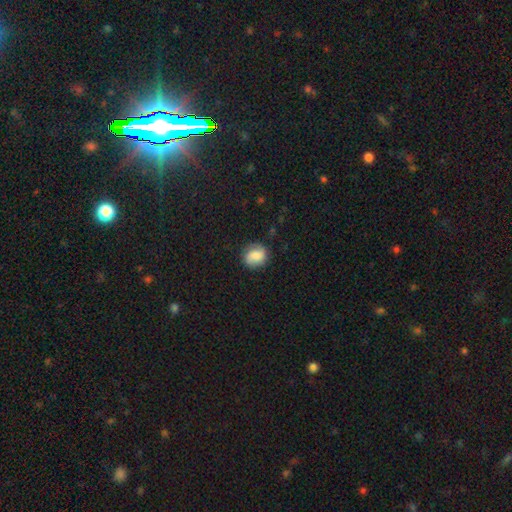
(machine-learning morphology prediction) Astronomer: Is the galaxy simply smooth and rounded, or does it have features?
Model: smooth — 72%.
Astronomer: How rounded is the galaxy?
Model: round — 70%.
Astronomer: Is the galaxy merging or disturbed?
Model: none — 80%.